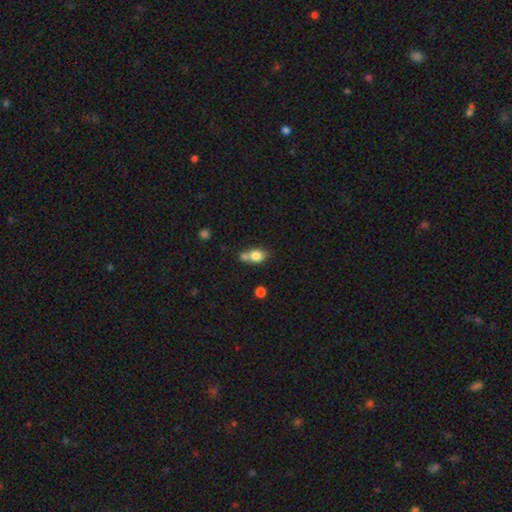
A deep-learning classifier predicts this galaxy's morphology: This appears to be a smooth galaxy with no disk features (79%) that is in between round and cigar-shaped (59%). Merging: merger (41%, tied with none).